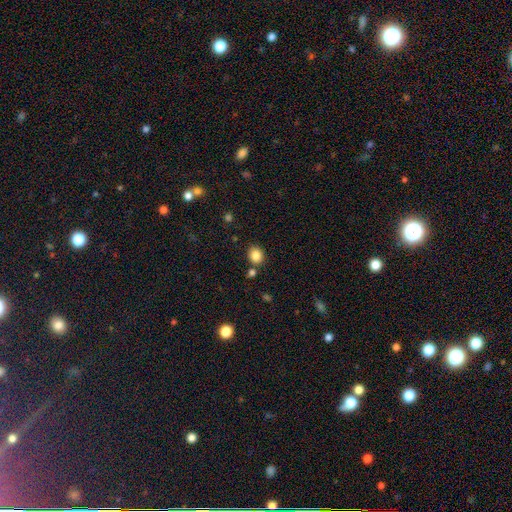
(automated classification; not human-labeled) Overall: smooth (85%). How rounded: round (69%; in between 30%). Merging: none (79%).